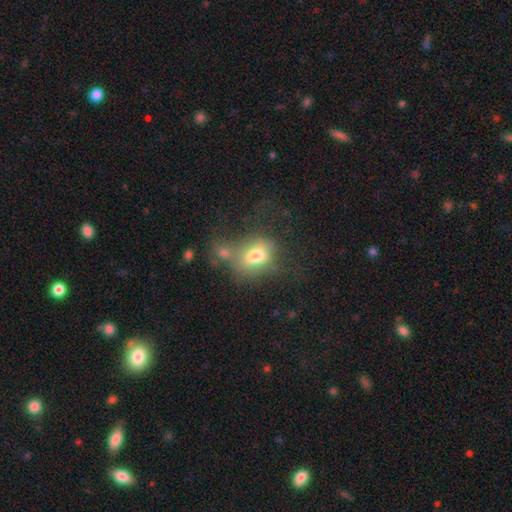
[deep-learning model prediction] The model was most divided on "merging": none: 34%, merger: 27%, major disturbance: 20%, minor disturbance: 19%. More confident: smooth or featured — smooth (70%); how rounded — in between (64%).